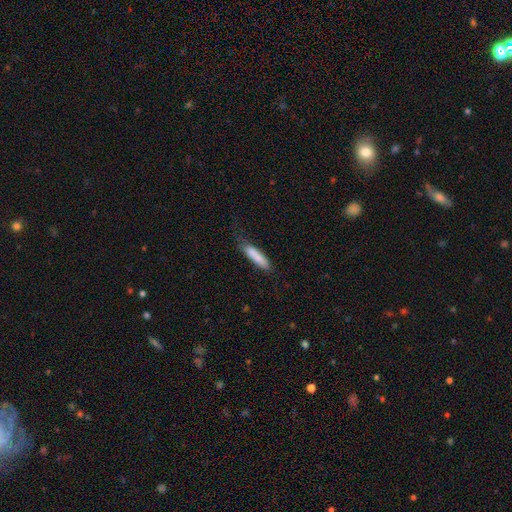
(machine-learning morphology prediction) smooth-or-featured: smooth: 82% | featured or disk: 12% | star or artifact: 6%
  how-rounded: cigar-shaped: 75% | in between: 23% | round: 2%
  merging: none: 61% | minor disturbance: 27% | major disturbance: 9% | merger: 3%